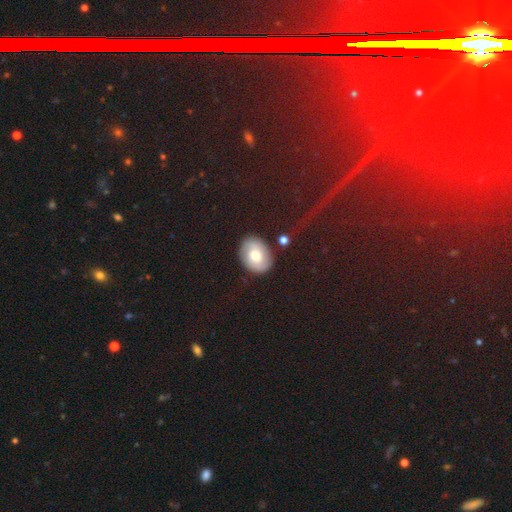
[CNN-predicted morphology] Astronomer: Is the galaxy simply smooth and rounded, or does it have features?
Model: smooth — 53% (runner-up: featured or disk, 39%).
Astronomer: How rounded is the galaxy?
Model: in between — 58% (runner-up: round, 41%).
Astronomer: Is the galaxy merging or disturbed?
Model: none — 84%.